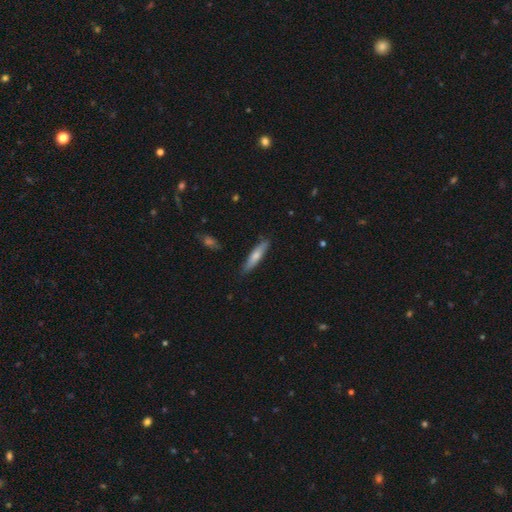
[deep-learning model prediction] Smooth or featured: smooth — 64% (featured or disk — 30%)
How rounded: cigar-shaped — 83% (in between — 16%)
Merging: none — 85% (minor disturbance — 12%)